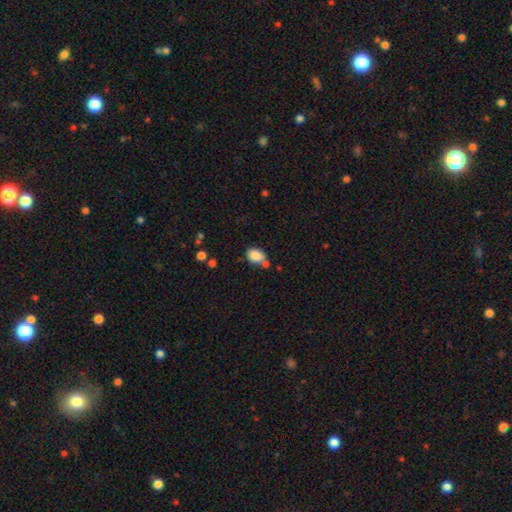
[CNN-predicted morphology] smooth-or-featured: smooth: 86% | star or artifact: 8% | featured or disk: 6%
  how-rounded: in between: 71% | round: 27% | cigar-shaped: 1%
  merging: none: 57% | merger: 21% | minor disturbance: 17% | major disturbance: 5%